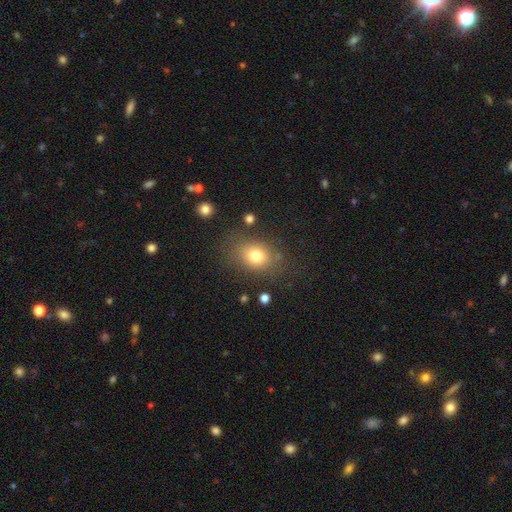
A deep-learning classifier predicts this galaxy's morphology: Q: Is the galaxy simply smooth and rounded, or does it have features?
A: smooth — 78%.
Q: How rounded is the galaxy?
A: in between — 61%.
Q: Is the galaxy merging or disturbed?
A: none — 76%.